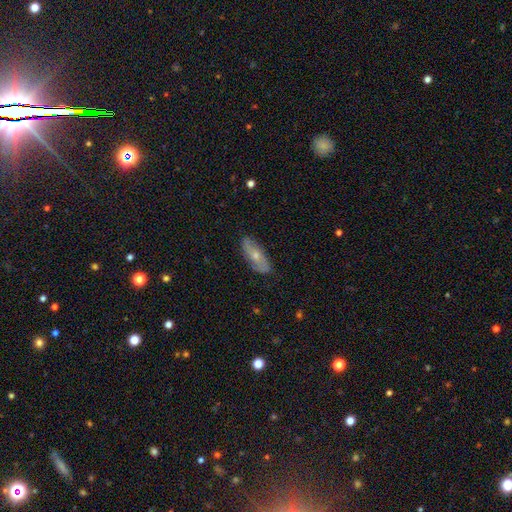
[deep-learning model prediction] Smooth or featured?
  - featured or disk: 48% *
  - smooth: 45%
  - star or artifact: 7%
Merging?
  - none: 81% *
  - minor disturbance: 15%
  - major disturbance: 3%
  - merger: 1%